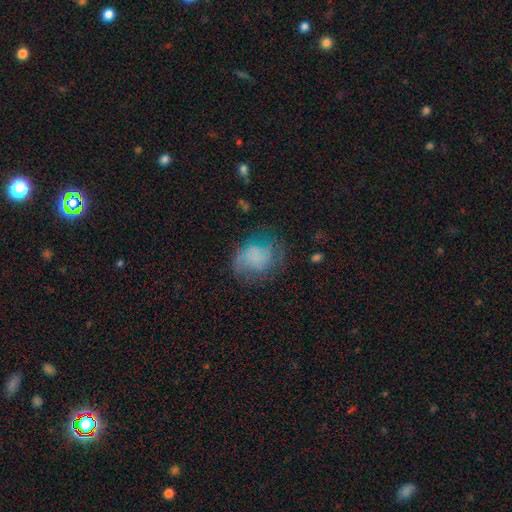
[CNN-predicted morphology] Smooth or featured? smooth (54%)
How rounded? round (52%)
Merging? none (53%)